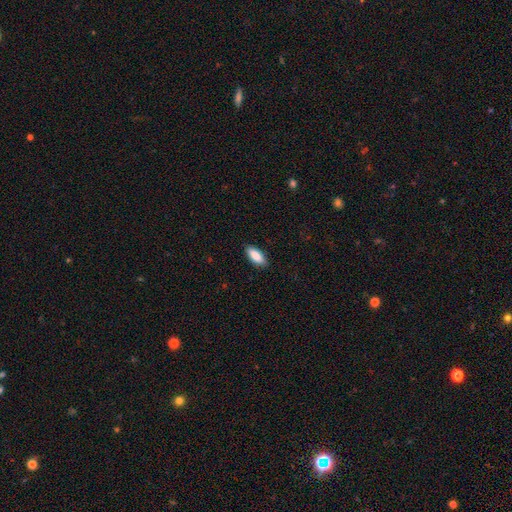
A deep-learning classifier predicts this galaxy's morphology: Smooth or featured: smooth — 89% (star or artifact — 6%)
How rounded: in between — 84% (cigar-shaped — 14%)
Merging: none — 88% (minor disturbance — 9%)